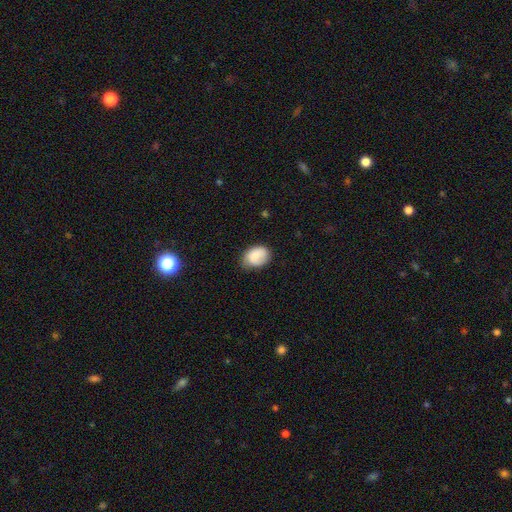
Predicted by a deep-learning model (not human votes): This is clearly a smooth galaxy (84%). How rounded: likely in between (71%). Merging: likely none (62%).